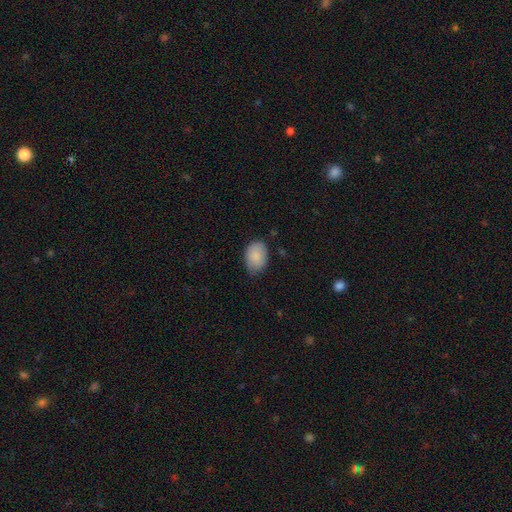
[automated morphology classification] Smooth or featured: smooth — 87% (star or artifact — 6%)
How rounded: in between — 83% (round — 16%)
Merging: none — 65% (minor disturbance — 29%)